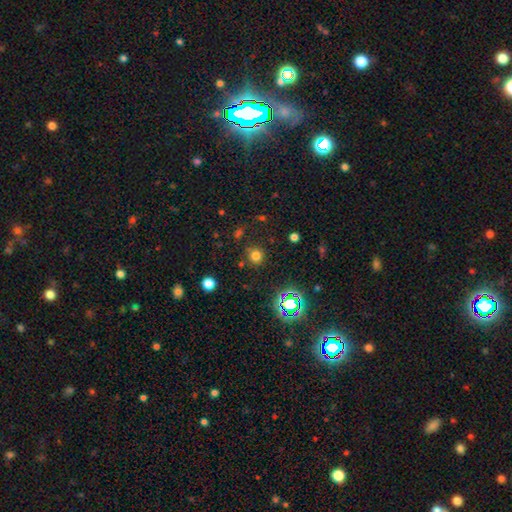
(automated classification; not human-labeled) A smooth galaxy with no disk features (71%) that is round (91%).

Vote fractions:
- Smooth or featured? smooth: 71% / star or artifact: 23% / featured or disk: 6%
- How rounded? round: 91% / in between: 8% / cigar-shaped: 1%
- Merging? none: 84% / minor disturbance: 9% / merger: 4% / major disturbance: 4%